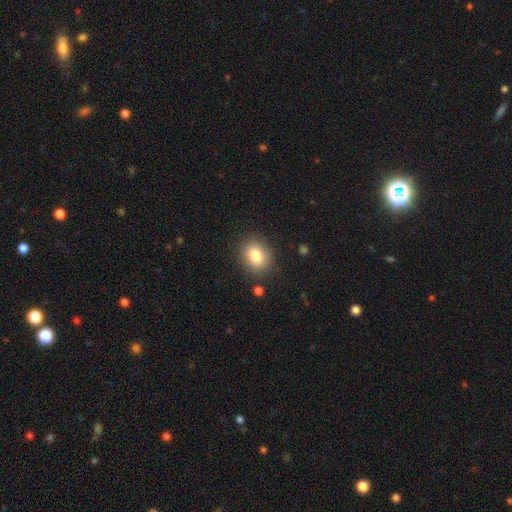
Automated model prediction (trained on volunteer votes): A smooth galaxy with no disk features (82%) that is in between round and cigar-shaped (52%).

Vote fractions:
- Smooth or featured? smooth: 82% / star or artifact: 9% / featured or disk: 8%
- How rounded? in between: 52% / round: 47% / cigar-shaped: 1%
- Merging? none: 85% / minor disturbance: 10% / major disturbance: 3% / merger: 2%